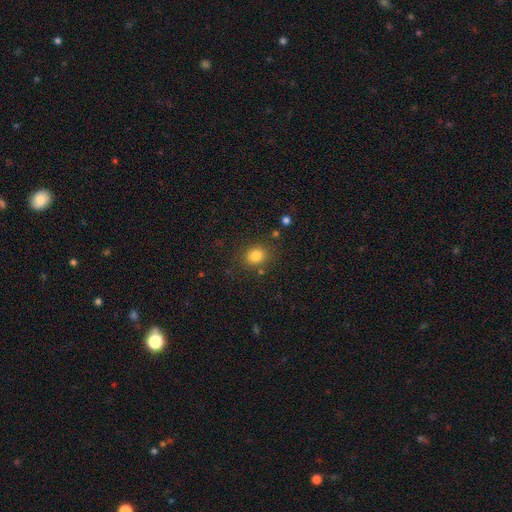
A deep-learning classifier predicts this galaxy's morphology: Overall: smooth (82%). How rounded: round (70%; in between 30%). Merging: none (82%).